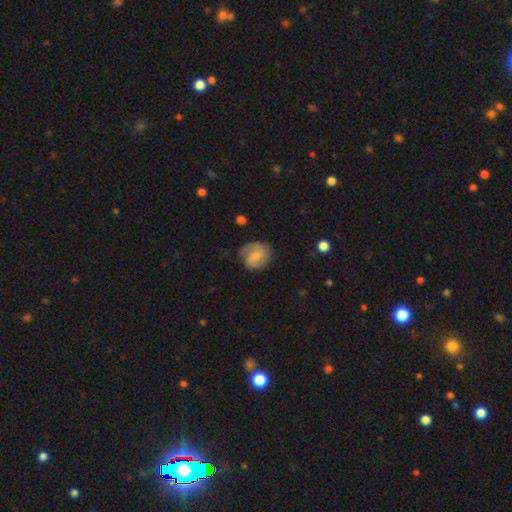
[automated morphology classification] A featured or disk galaxy (51%). Merging: none (70%).